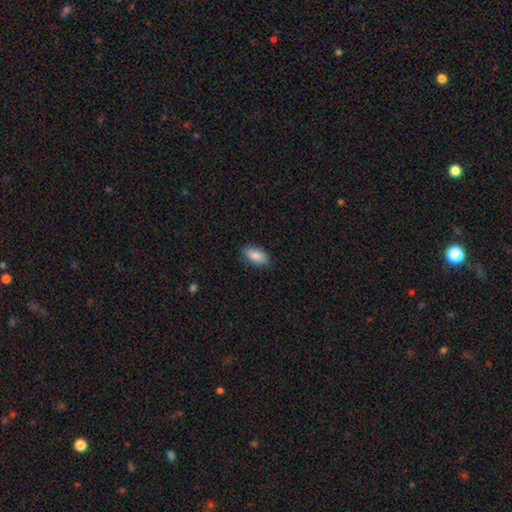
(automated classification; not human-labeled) This is clearly a smooth galaxy (87%). How rounded: clearly in between (92%). Merging: clearly none (85%).